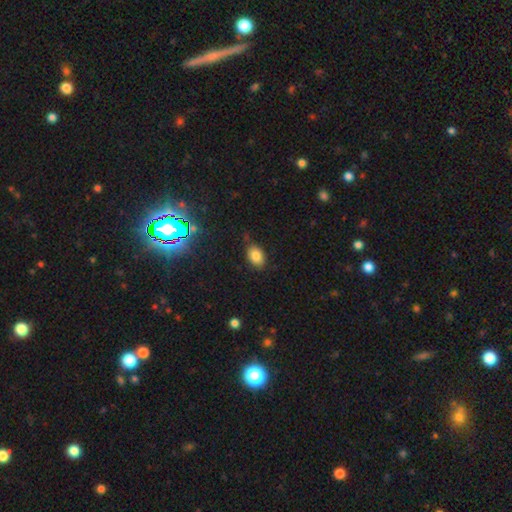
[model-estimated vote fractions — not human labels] Smooth or featured? smooth (82%)
How rounded? in between (81%)
Merging? none (76%)